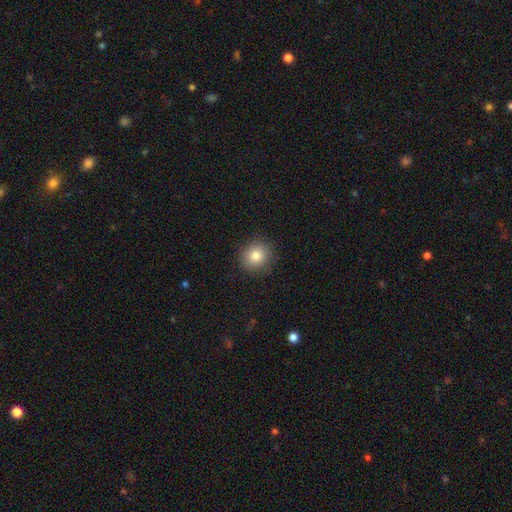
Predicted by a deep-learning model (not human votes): This appears to be a smooth galaxy with no disk features (82%) that is round (87%). Merging: none (89%).